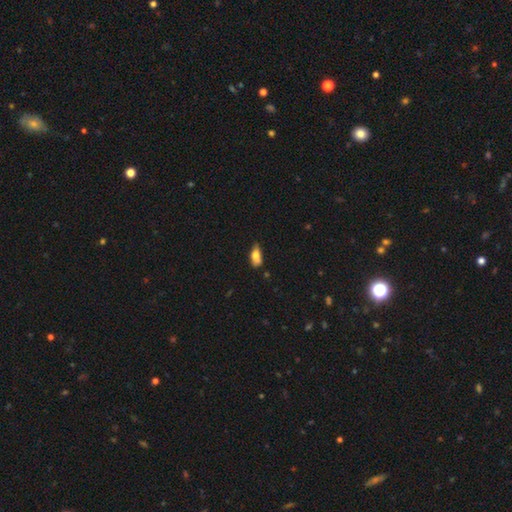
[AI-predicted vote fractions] The model was most divided on "merging": none: 53%, minor disturbance: 31%, major disturbance: 9%, merger: 7%. More confident: how rounded — in between (80%); smooth or featured — smooth (70%).